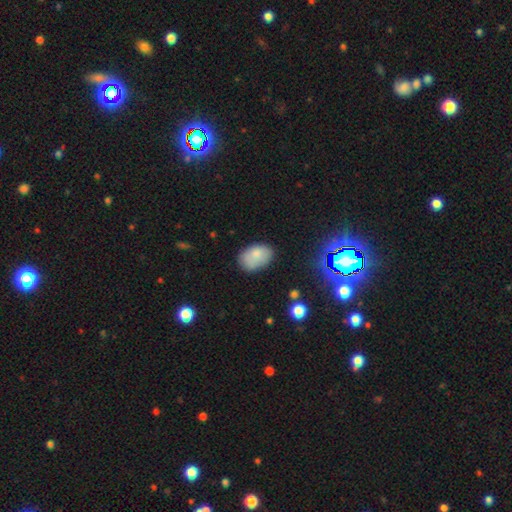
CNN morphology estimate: smooth 81%, featured or disk 10%, star or artifact 9%. Down the decision tree: how rounded — in between (88%); merging — none (71%).